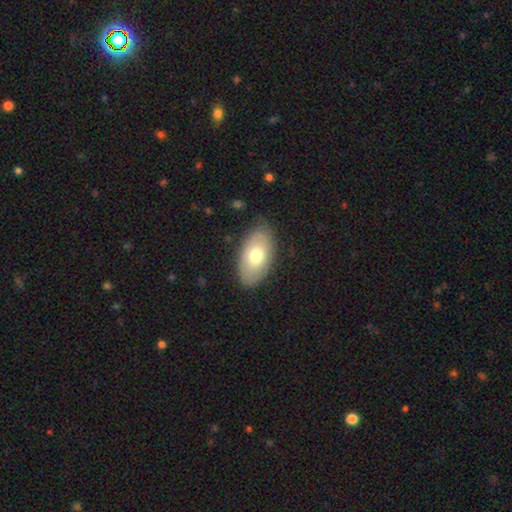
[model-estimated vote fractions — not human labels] Smooth or featured: smooth — 69% (featured or disk — 25%)
How rounded: in between — 94% (round — 4%)
Merging: none — 80% (minor disturbance — 16%)